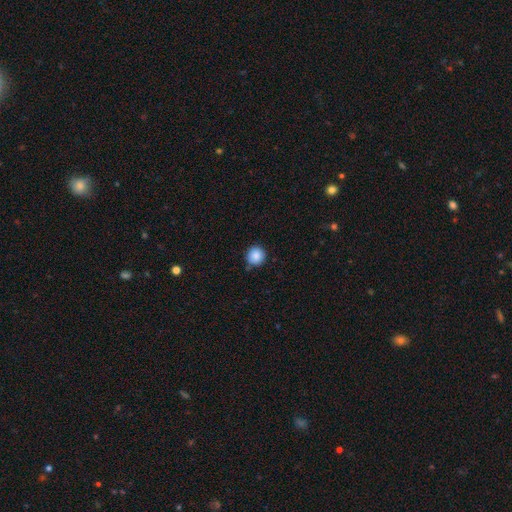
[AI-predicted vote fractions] Smooth or featured: smooth — 87% (star or artifact — 9%)
How rounded: round — 94% (in between — 5%)
Merging: none — 83% (minor disturbance — 12%)